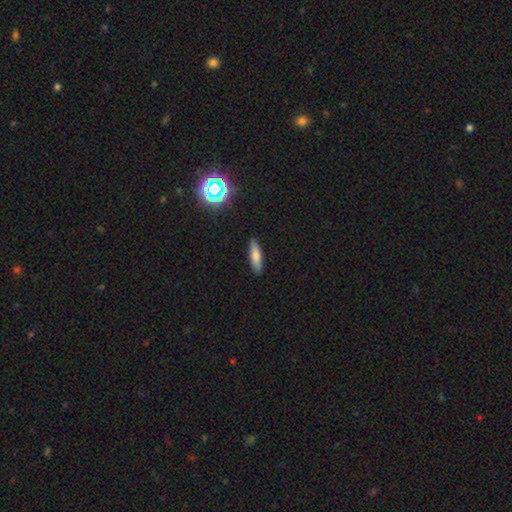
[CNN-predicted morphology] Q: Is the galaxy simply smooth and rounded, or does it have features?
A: smooth — 77%.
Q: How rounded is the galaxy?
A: cigar-shaped — 58%.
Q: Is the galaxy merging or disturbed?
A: none — 89%.